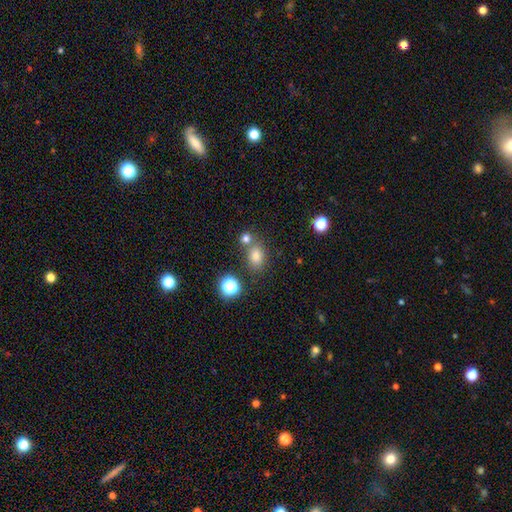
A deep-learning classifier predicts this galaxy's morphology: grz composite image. It shows a smooth galaxy with no disk features (77%) that is in between round and cigar-shaped (57%). Merging: none (65%).